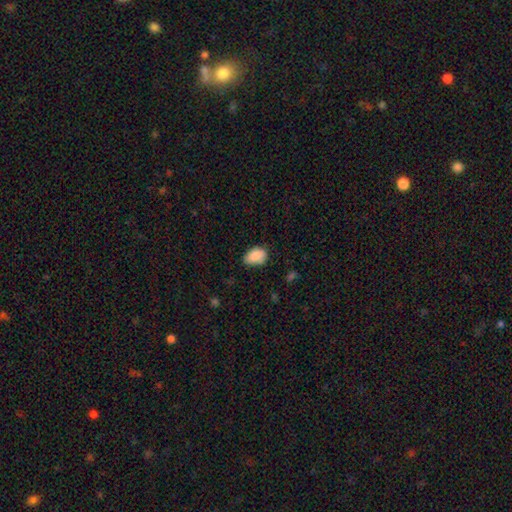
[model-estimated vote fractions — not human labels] Smooth or featured?
  - smooth: 85% *
  - star or artifact: 8%
  - featured or disk: 7%
How rounded?
  - in between: 86% *
  - round: 13%
  - cigar-shaped: 1%
Merging?
  - none: 62% *
  - minor disturbance: 30%
  - major disturbance: 5%
  - merger: 3%